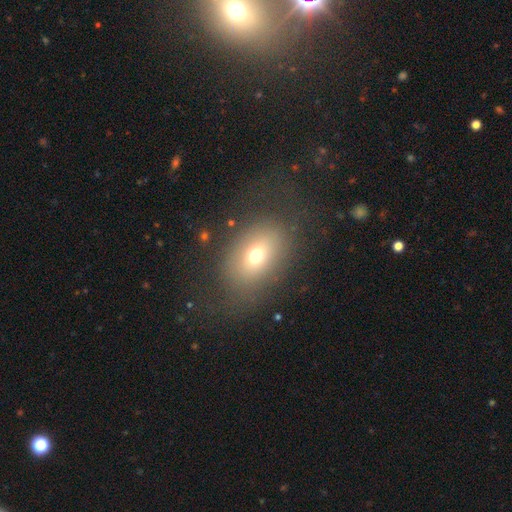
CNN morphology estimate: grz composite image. It shows a smooth galaxy with no disk features (67%) that is in between round and cigar-shaped (72%). Merging: none (68%).